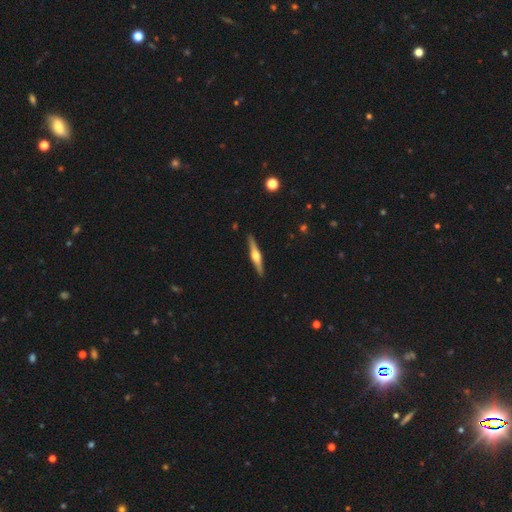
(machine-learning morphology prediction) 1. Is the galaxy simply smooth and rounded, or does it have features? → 73% featured or disk, 22% smooth, 5% star or artifact.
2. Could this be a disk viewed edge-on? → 98% yes, 2% no.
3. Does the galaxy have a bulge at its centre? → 93% rounded, 5% boxy, 3% none.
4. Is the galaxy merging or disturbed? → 91% none, 6% minor disturbance, 1% major disturbance, 1% merger.